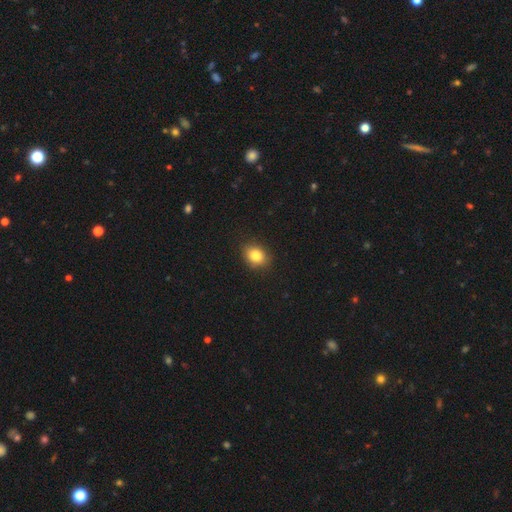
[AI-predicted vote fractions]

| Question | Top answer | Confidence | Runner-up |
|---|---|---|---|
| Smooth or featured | smooth | 83% | star or artifact (10%) |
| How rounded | in between | 52% | round (47%) |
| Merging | none | 86% | minor disturbance (11%) |